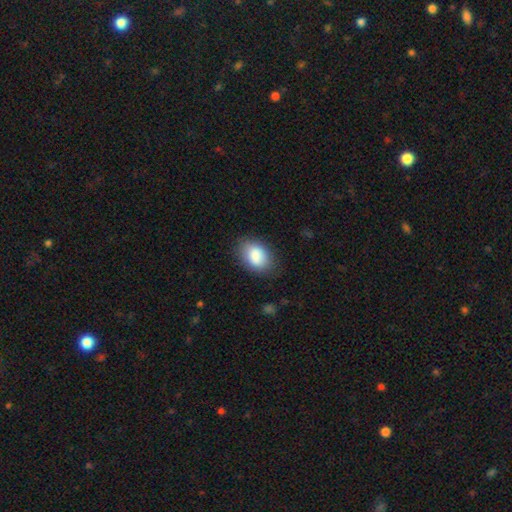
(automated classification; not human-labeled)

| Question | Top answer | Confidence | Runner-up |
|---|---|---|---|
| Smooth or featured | smooth | 87% | star or artifact (7%) |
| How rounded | in between | 81% | round (17%) |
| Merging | none | 78% | minor disturbance (16%) |